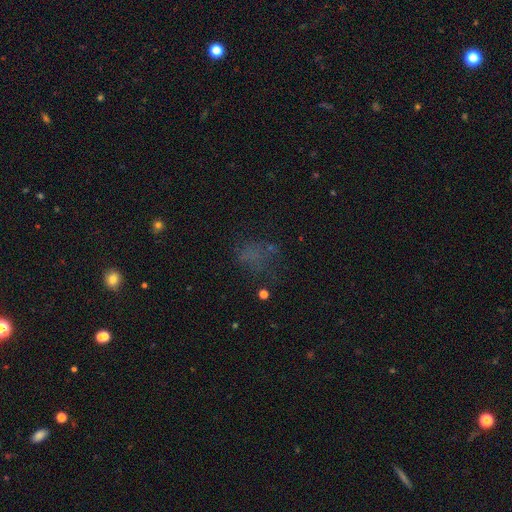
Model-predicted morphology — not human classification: A smooth galaxy with no disk features (43%). Merging: none (51%).